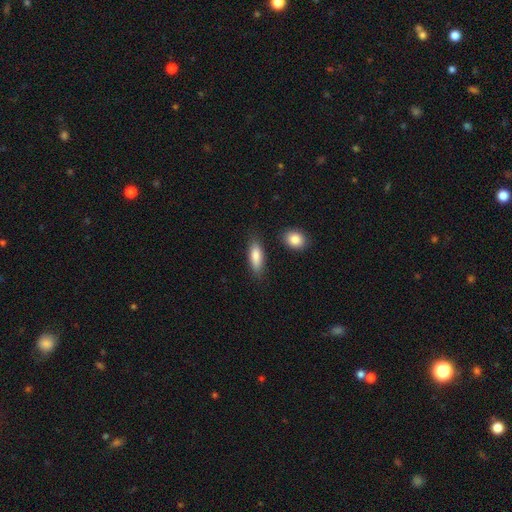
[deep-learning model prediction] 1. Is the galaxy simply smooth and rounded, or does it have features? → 85% smooth, 9% featured or disk, 6% star or artifact.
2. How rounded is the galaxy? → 66% in between, 32% cigar-shaped, 3% round.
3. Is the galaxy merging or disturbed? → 80% none, 13% minor disturbance, 4% merger, 3% major disturbance.